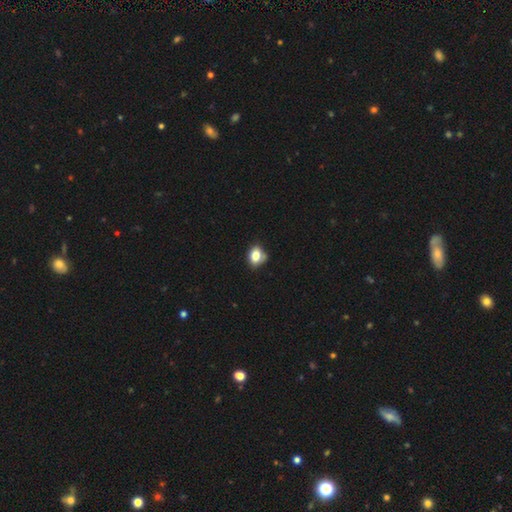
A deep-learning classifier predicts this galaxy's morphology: The model was most divided on "how rounded": in between: 62%, round: 37%, cigar-shaped: 1%. More confident: smooth or featured — smooth (79%); merging — none (55%).